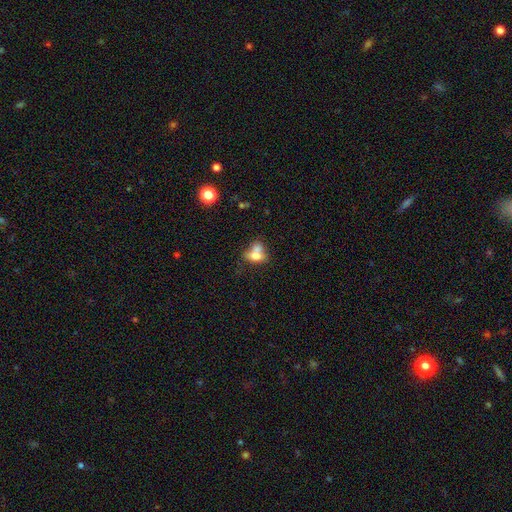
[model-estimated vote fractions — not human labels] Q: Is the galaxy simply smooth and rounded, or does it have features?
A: smooth — 66%.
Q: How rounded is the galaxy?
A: in between — 67%.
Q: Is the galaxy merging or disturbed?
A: merger — 52%.